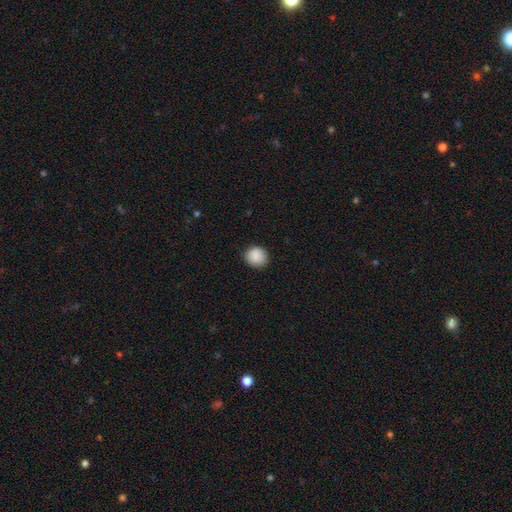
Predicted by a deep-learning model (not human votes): A smooth galaxy with no disk features (89%) that is round (87%). Merging: none (89%).